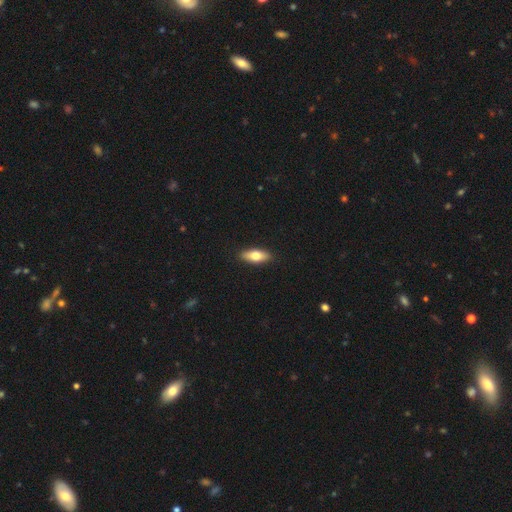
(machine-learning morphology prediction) Smooth or featured: smooth — 69% (featured or disk — 25%)
How rounded: in between — 73% (cigar-shaped — 24%)
Merging: none — 90% (minor disturbance — 8%)